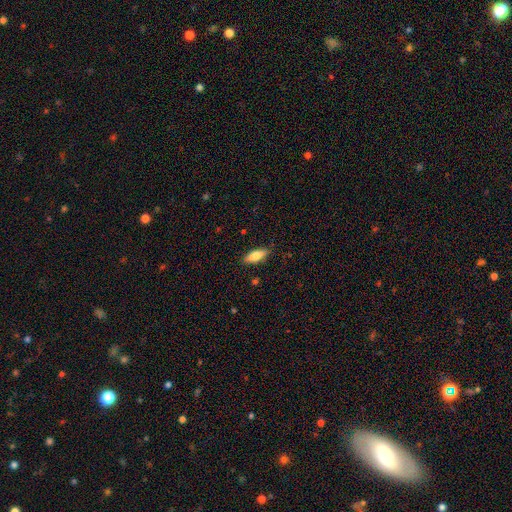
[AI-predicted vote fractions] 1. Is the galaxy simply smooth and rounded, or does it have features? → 74% smooth, 20% featured or disk, 6% star or artifact.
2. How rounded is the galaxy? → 66% in between, 32% cigar-shaped, 2% round.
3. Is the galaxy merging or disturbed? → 86% none, 11% minor disturbance, 2% major disturbance, 1% merger.